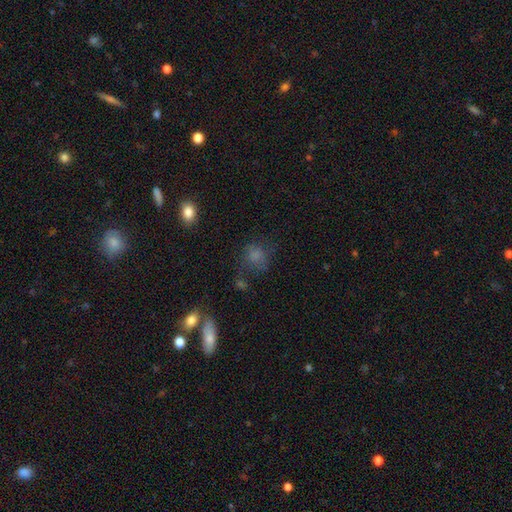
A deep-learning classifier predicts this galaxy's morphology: This is likely a smooth galaxy (72%). How rounded: likely round (73%). Merging: possibly none (57%).